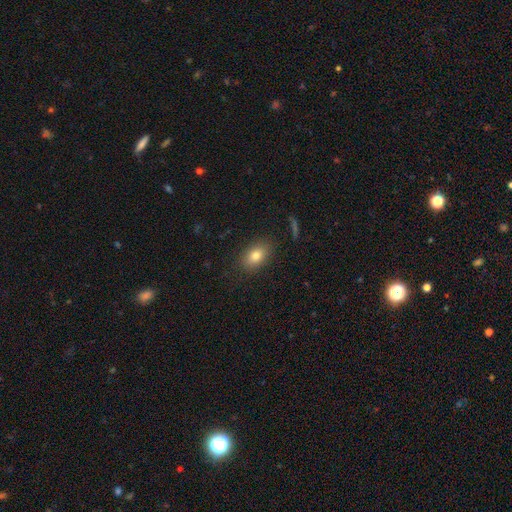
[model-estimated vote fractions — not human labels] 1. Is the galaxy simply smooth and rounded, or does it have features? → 80% smooth, 11% featured or disk, 9% star or artifact.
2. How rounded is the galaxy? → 85% in between, 13% round, 2% cigar-shaped.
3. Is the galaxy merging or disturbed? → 85% none, 11% minor disturbance, 3% major disturbance, 1% merger.